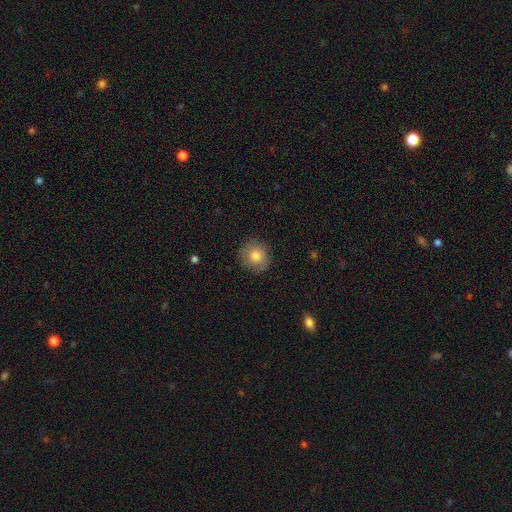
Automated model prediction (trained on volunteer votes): This is likely a smooth galaxy (79%). How rounded: clearly round (91%). Merging: clearly none (86%).